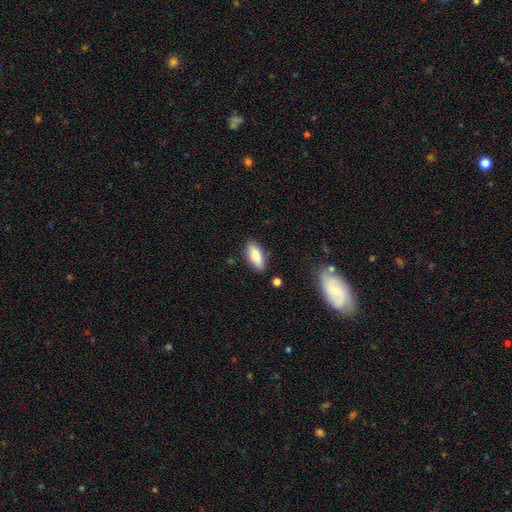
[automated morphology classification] The model was most divided on "how rounded": in between: 79%, cigar-shaped: 19%, round: 2%. More confident: smooth or featured — smooth (86%); merging — none (82%).